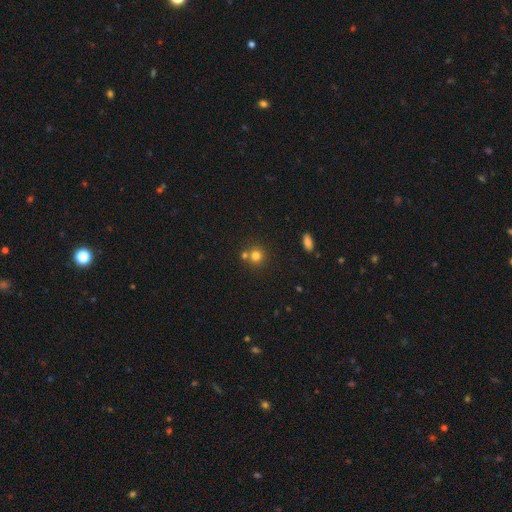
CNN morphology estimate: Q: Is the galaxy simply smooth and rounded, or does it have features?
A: smooth — 76%.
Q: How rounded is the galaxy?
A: round — 89%.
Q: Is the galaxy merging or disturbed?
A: none — 63%.